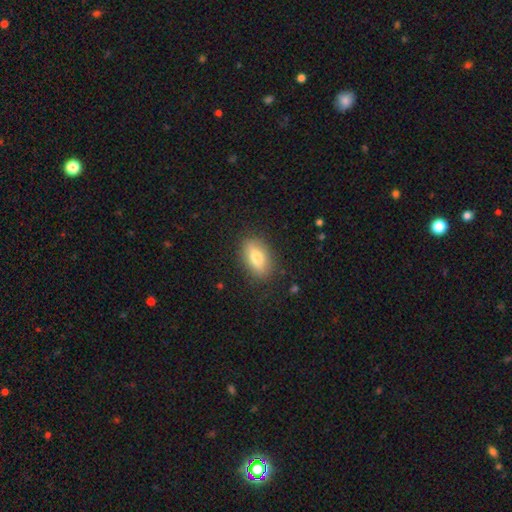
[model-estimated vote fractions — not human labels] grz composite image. It shows a smooth galaxy with no disk features (69%) that is in between round and cigar-shaped (82%). Merging: none (86%).